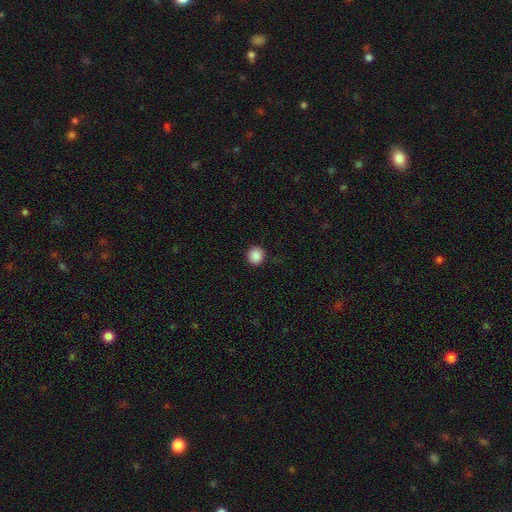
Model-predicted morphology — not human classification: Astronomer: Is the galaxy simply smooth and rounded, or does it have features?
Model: smooth — 88%.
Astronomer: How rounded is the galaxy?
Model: round — 92%.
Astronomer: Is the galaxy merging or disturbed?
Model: none — 90%.